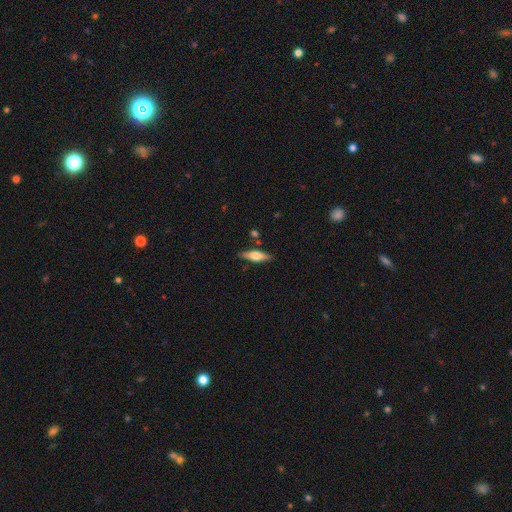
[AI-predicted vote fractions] This is possibly a smooth galaxy (48%). Merging: clearly none (84%).